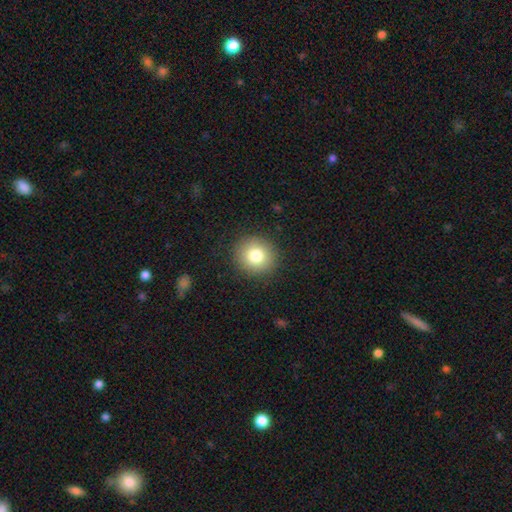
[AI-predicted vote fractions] Smooth or featured: smooth — 81% (star or artifact — 10%)
How rounded: round — 90% (in between — 9%)
Merging: none — 90% (minor disturbance — 6%)